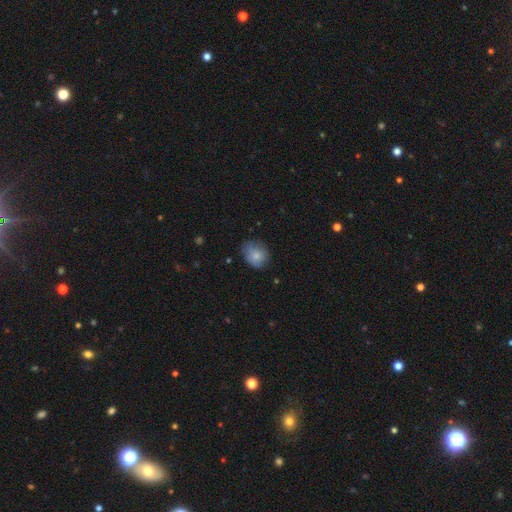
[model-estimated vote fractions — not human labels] Morphology: type=smooth (81%); roundness=round (64%); merging=none (65%).